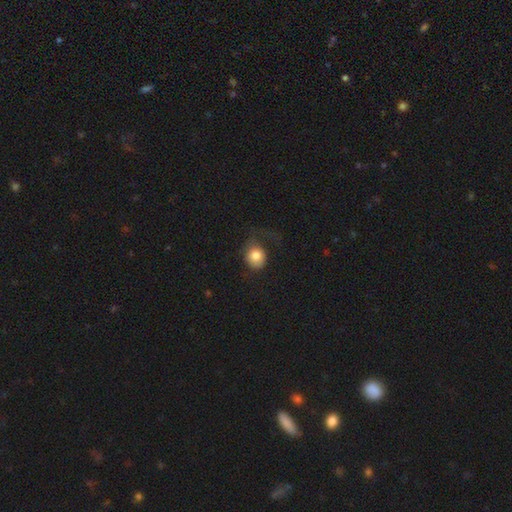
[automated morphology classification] type=smooth (79%); roundness=round (69%); merging=none (37%, tied with major disturbance).